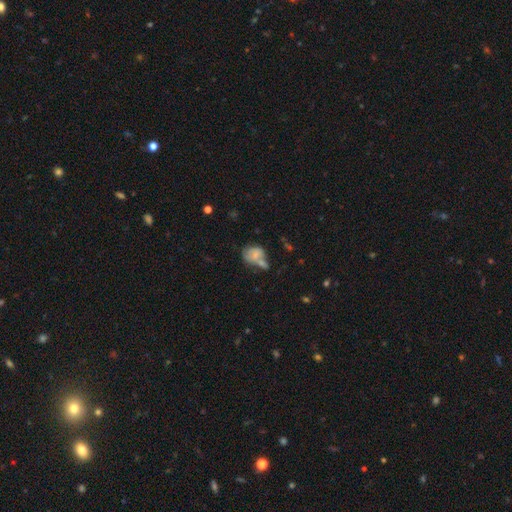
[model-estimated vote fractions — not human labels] Smooth or featured?
  - smooth: 62% *
  - featured or disk: 27%
  - star or artifact: 11%
How rounded?
  - in between: 65% *
  - round: 34%
  - cigar-shaped: 2%
Merging?
  - merger: 41% *
  - none: 26%
  - minor disturbance: 19%
  - major disturbance: 13%